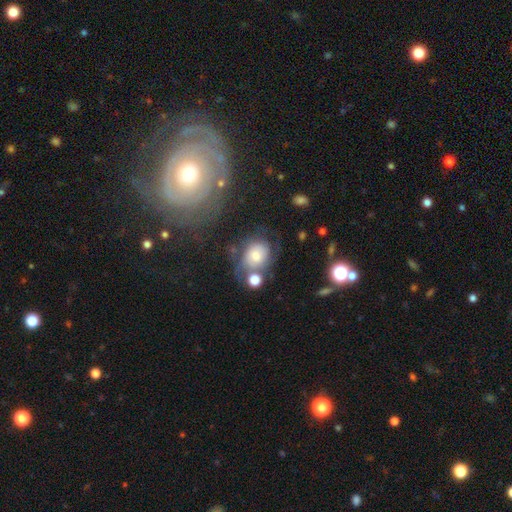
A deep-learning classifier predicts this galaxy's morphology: Smooth or featured: smooth — 53% (featured or disk — 36%)
How rounded: round — 51% (in between — 48%)
Merging: none — 40% (minor disturbance — 22%)